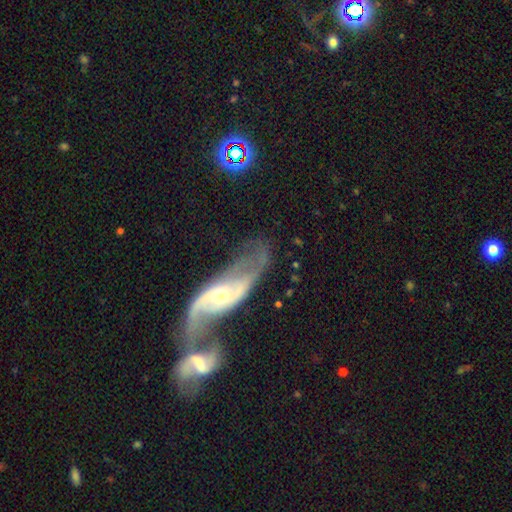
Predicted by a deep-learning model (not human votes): Q: Smooth or featured?
A: featured or disk (84%); runner-up: smooth (10%)
Q: Edge-on disk?
A: no (91%); runner-up: yes (9%)
Q: Bar?
A: no (51%); runner-up: weak (33%)
Q: Spiral arms?
A: yes (91%); runner-up: no (9%)
Q: Spiral winding?
A: loose (53%); runner-up: medium (34%)
Q: Spiral arm count?
A: 2 (84%); runner-up: can't tell (8%)
Q: Bulge size?
A: small (49%); runner-up: moderate (45%)
Q: Merging?
A: merger (36%); runner-up: none (33%)